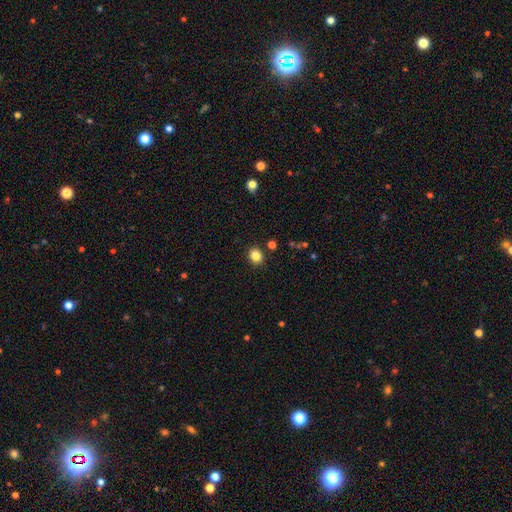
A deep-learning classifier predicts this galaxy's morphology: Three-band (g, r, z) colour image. It shows a smooth galaxy with no disk features (84%) that is round (70%). Merging: none (88%).